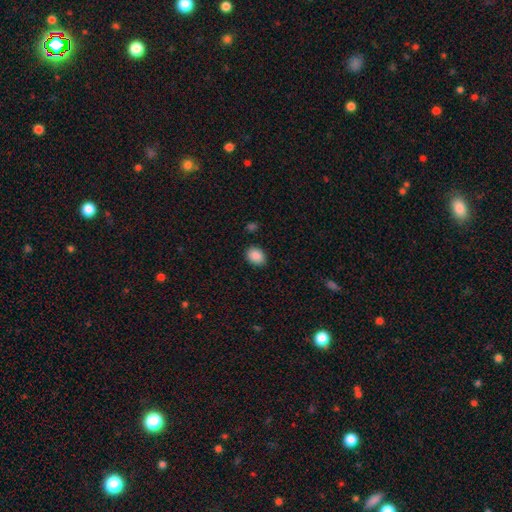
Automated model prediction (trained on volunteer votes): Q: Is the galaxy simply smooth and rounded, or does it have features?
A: smooth — 89%.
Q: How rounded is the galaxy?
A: in between — 65%.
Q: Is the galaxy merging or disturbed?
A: none — 87%.